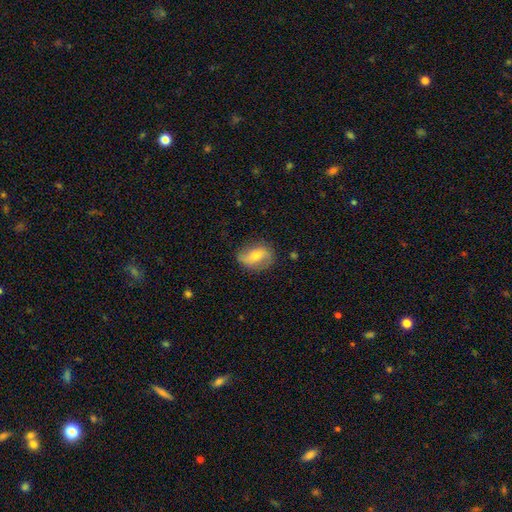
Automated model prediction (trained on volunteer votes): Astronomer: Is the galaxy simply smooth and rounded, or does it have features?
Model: featured or disk — 47% (runner-up: smooth, 45%).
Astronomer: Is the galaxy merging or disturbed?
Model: none — 75%.